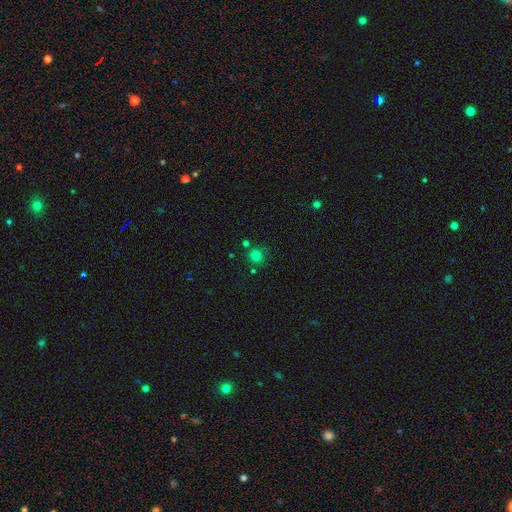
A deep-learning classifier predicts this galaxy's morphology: Smooth or featured? smooth (74%)
How rounded? round (92%)
Merging? none (78%)